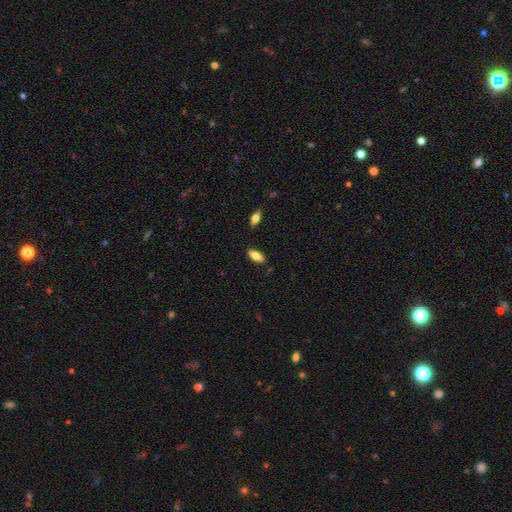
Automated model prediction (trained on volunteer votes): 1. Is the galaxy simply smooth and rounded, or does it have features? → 75% smooth, 18% featured or disk, 7% star or artifact.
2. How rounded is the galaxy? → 82% in between, 15% cigar-shaped, 2% round.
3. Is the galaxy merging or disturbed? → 85% none, 11% minor disturbance, 2% major disturbance, 2% merger.